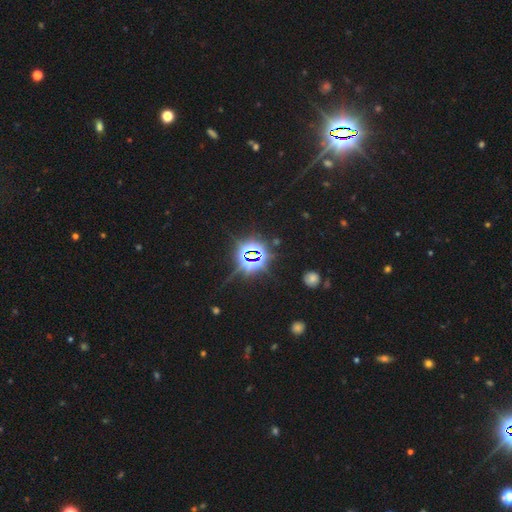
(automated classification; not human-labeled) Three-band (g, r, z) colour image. It shows a star or artifact, not a galaxy (81%).